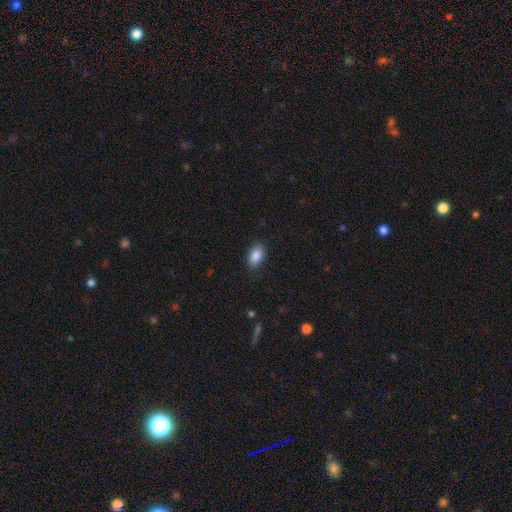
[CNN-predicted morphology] A smooth galaxy with no disk features (88%) that is in between round and cigar-shaped (88%).

Vote fractions:
- Smooth or featured? smooth: 88% / star or artifact: 8% / featured or disk: 5%
- How rounded? in between: 88% / round: 10% / cigar-shaped: 2%
- Merging? none: 85% / minor disturbance: 11% / major disturbance: 3% / merger: 1%